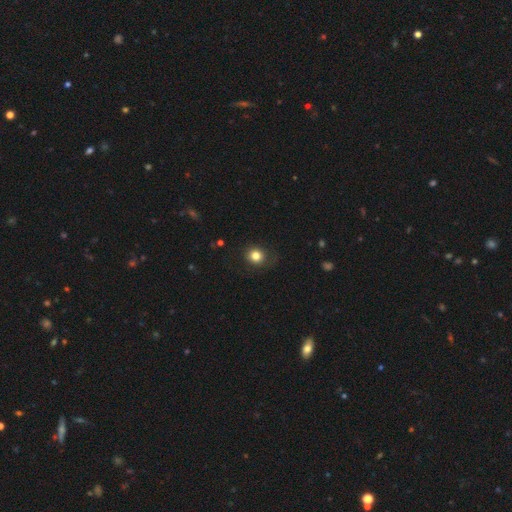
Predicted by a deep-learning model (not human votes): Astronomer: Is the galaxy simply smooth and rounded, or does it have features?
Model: smooth — 82%.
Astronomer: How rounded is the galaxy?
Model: round — 85%.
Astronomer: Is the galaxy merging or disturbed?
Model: none — 82%.